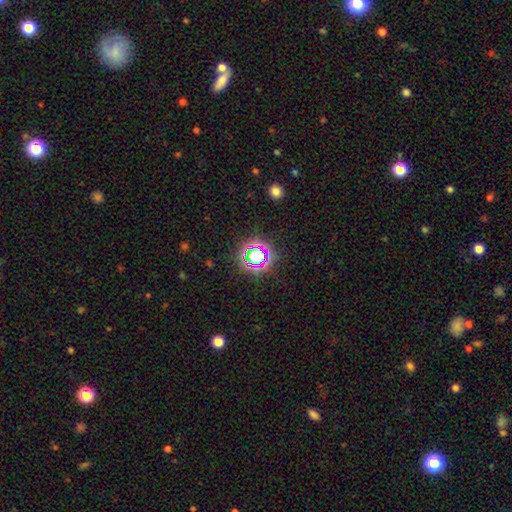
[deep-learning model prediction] The model was most divided on "smooth or featured": star or artifact: 63%, smooth: 25%, featured or disk: 11%.